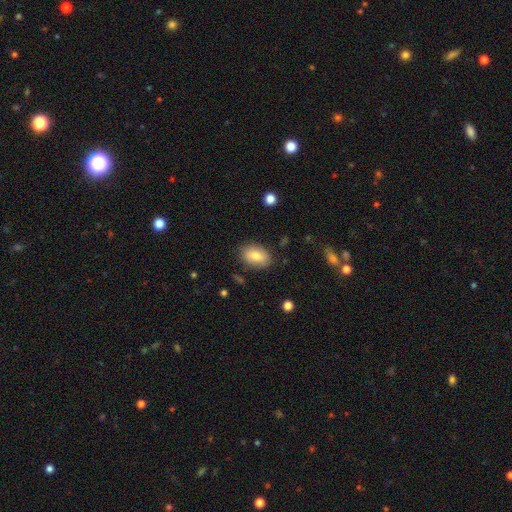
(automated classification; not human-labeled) smooth-or-featured: smooth: 78% | featured or disk: 14% | star or artifact: 8%
  how-rounded: in between: 88% | round: 10% | cigar-shaped: 2%
  merging: none: 82% | minor disturbance: 13% | major disturbance: 3% | merger: 2%